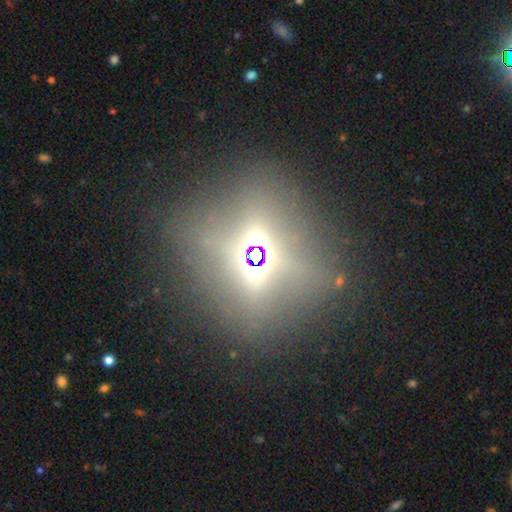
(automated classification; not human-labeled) This appears to be a star or artifact, not a galaxy (51%).